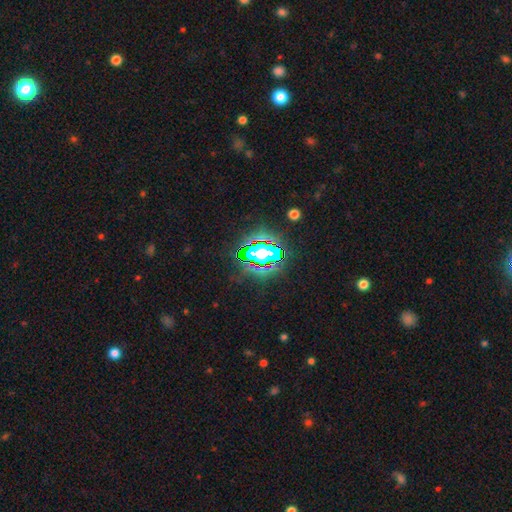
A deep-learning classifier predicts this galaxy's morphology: Overall: star or artifact (81%).